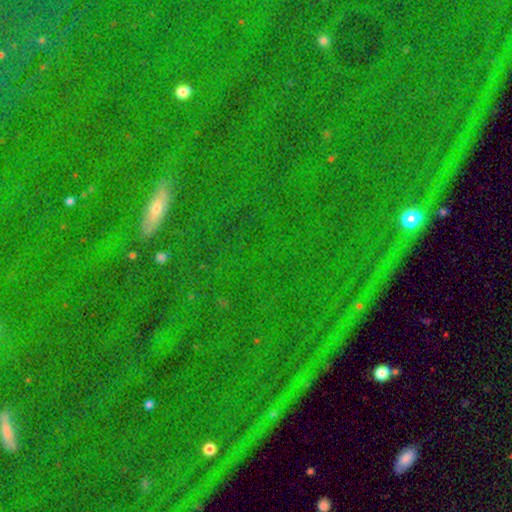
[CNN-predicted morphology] Smooth or featured: star or artifact — 70% (smooth — 18%)